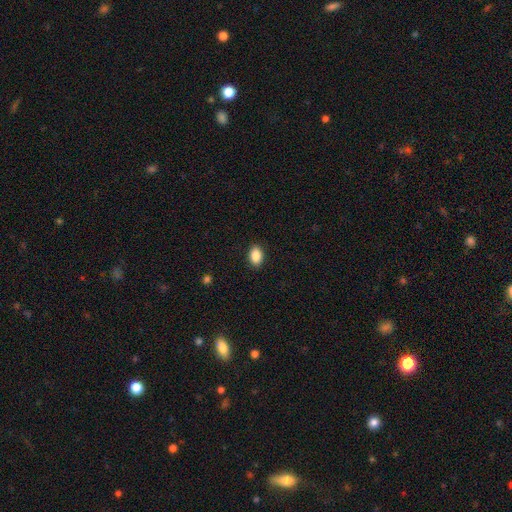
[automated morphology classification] Q: Smooth or featured?
A: smooth (88%); runner-up: star or artifact (8%)
Q: How rounded?
A: in between (87%); runner-up: round (12%)
Q: Merging?
A: none (90%); runner-up: minor disturbance (7%)